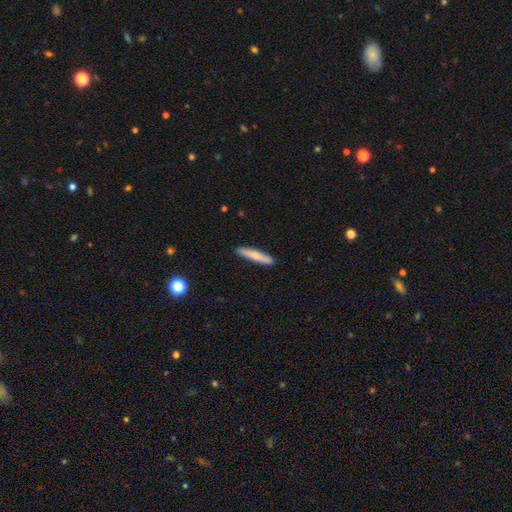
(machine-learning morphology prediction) The model was most divided on "smooth or featured": smooth: 64%, featured or disk: 31%, star or artifact: 5%. More confident: how rounded — cigar-shaped (90%); merging — none (90%).